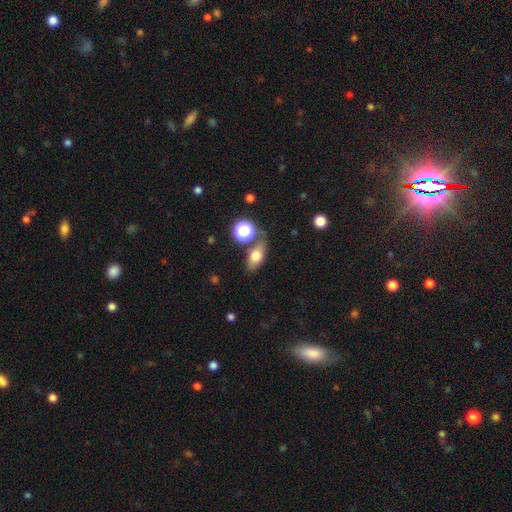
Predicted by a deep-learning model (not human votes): Q: Smooth or featured?
A: smooth (67%); runner-up: featured or disk (22%)
Q: How rounded?
A: in between (76%); runner-up: round (15%)
Q: Merging?
A: none (68%); runner-up: minor disturbance (16%)